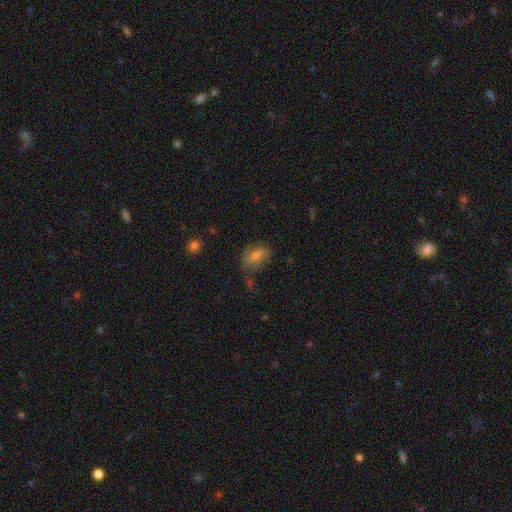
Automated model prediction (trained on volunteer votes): A smooth galaxy with no disk features (50%) that is in between round and cigar-shaped (80%). Merging: none (52%).